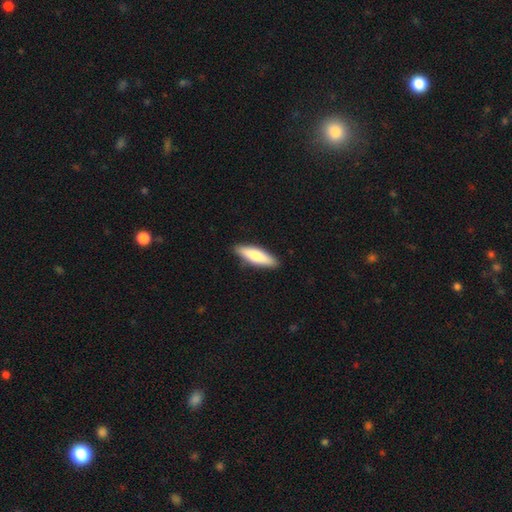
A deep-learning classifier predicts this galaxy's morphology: Smooth or featured: smooth — 71% (featured or disk — 24%)
How rounded: cigar-shaped — 63% (in between — 35%)
Merging: none — 89% (minor disturbance — 8%)